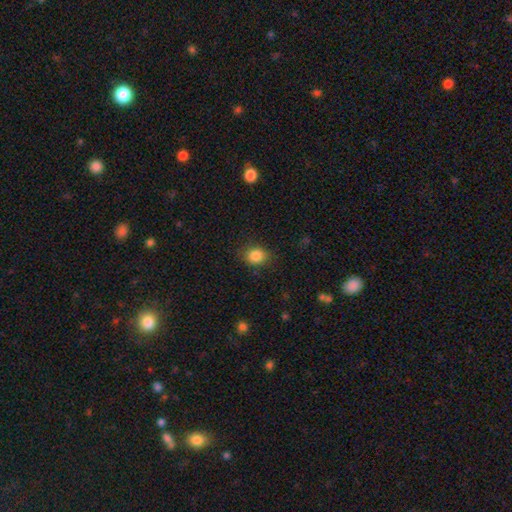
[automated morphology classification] Smooth or featured: smooth — 85% (star or artifact — 10%)
How rounded: round — 57% (in between — 42%)
Merging: none — 83% (minor disturbance — 12%)